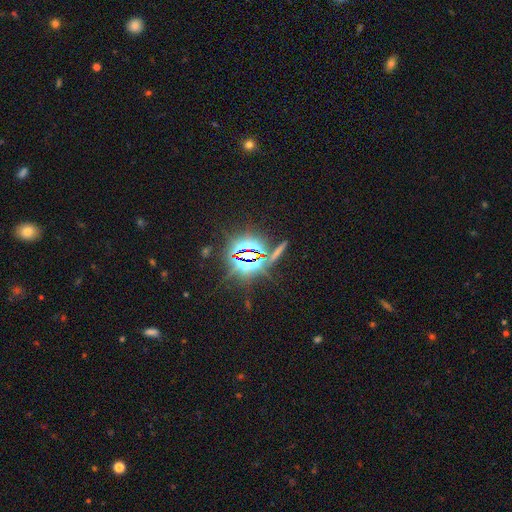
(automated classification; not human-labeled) Smooth or featured?
  - star or artifact: 85% *
  - smooth: 8%
  - featured or disk: 7%